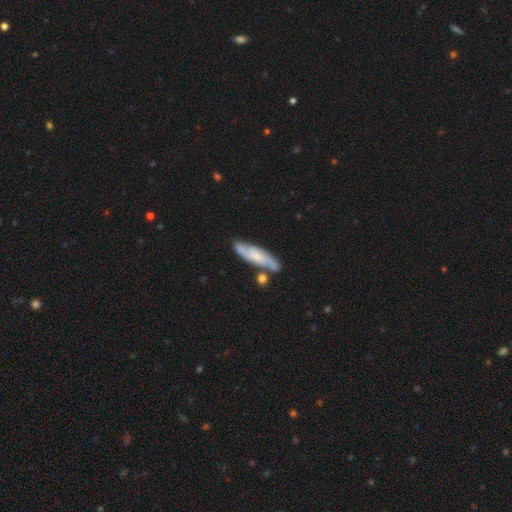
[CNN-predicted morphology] This is likely a featured or disk galaxy (67%). It is likely not viewed edge-on (75%). Bar: possibly no (52%). Spiral arm pattern: clearly yes (92%). Central bulge: possibly small (52%). Merging: likely none (68%).